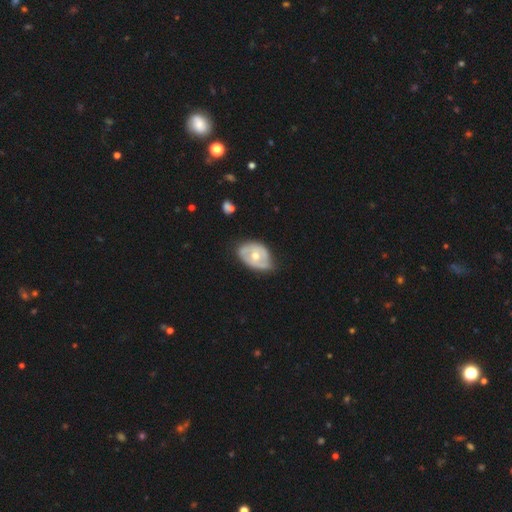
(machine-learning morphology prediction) Overall: featured or disk (60%; smooth 35%). Edge-on disk: no (94%). Bar: no (77%). Spiral arms: no (61%; yes 39%). Bulge size: moderate (74%). Merging: none (54%; minor disturbance 35%).